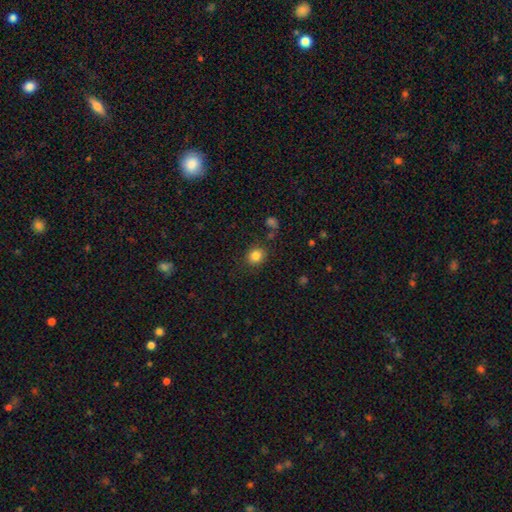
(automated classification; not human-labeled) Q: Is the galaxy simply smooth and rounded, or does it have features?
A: smooth — 83%.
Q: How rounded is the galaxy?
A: round — 79%.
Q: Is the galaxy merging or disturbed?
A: none — 85%.